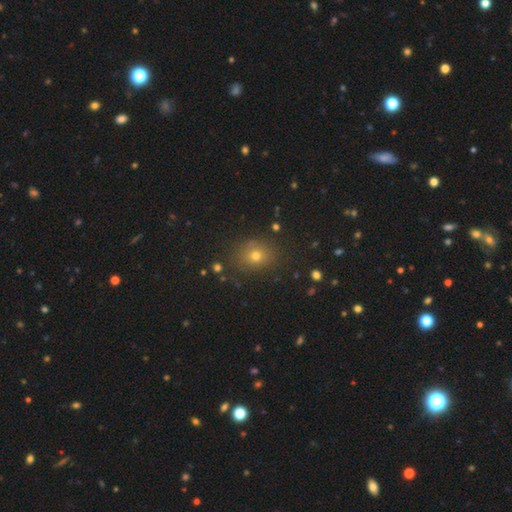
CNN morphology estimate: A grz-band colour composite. It shows a smooth galaxy with no disk features (70%) that is round (61%). Merging: none (84%).